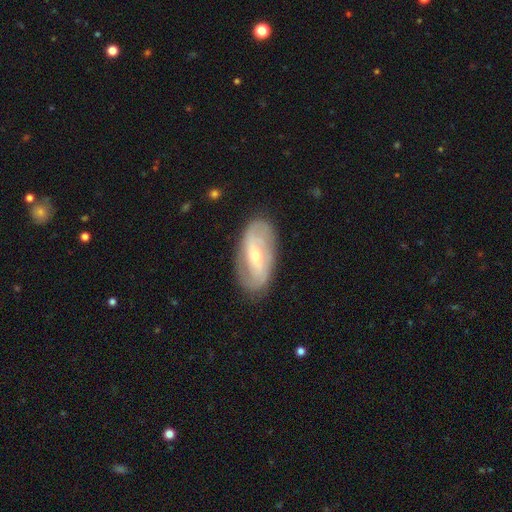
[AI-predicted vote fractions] Overall: featured or disk (77%). Edge-on disk: no (94%). Bar: weak (41%; no 31%). Spiral arms: yes (87%). Spiral arm count: 2 (70%). Spiral winding: medium (38%; tight 35%). Bulge size: small (64%; moderate 32%). Merging: none (81%).